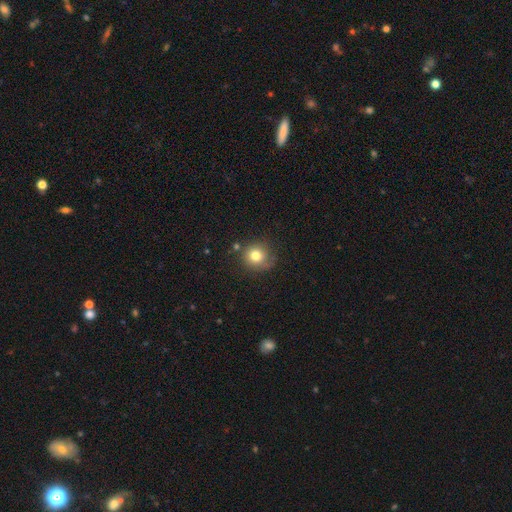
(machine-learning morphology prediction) Smooth or featured? smooth (78%)
How rounded? round (89%)
Merging? none (71%)